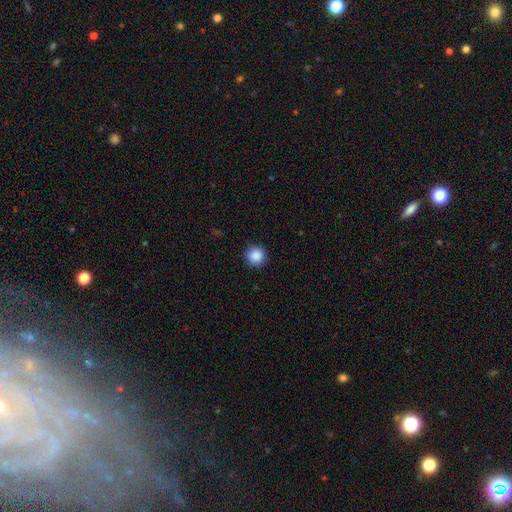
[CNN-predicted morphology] This appears to be a smooth galaxy with no disk features (88%) that is round (95%). Merging: none (89%).